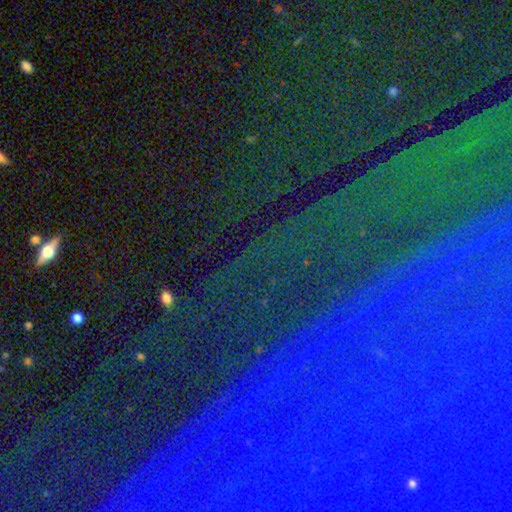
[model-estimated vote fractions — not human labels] Morphology: type=star or artifact (85%).